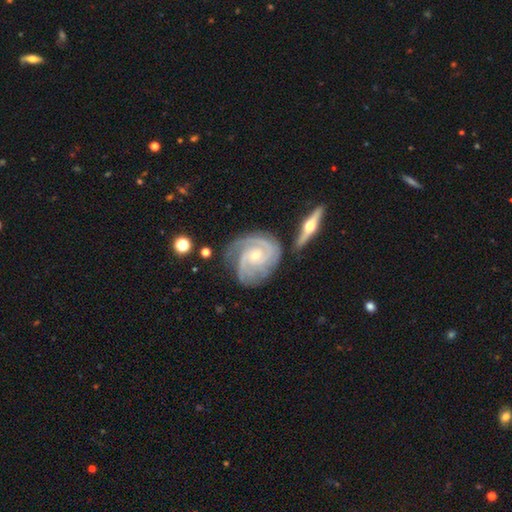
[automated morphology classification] The model was most divided on "spiral arm count": 3: 43%, 2: 28%, can't tell: 12%, 4: 9%, 1: 5%, more than 4: 4%. More confident: spiral arms — yes (98%); edge-on disk — no (97%); smooth or featured — featured or disk (91%); bar — no (71%); spiral winding — tight (68%); bulge size — small (66%); merging — none (60%).